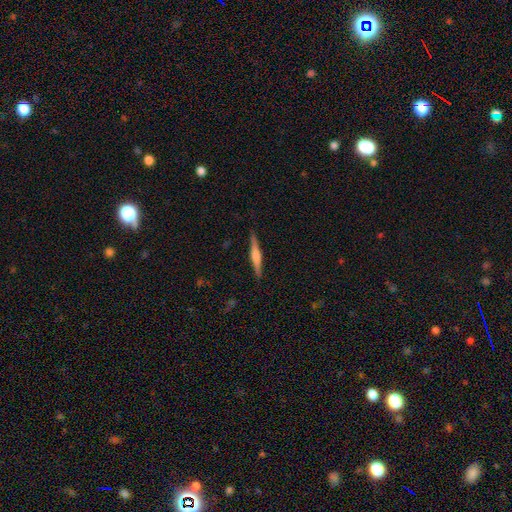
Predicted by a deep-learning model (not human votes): Overall: featured or disk (62%; smooth 32%). Edge-on disk: yes (98%). Edge-on bulge: rounded (68%). Merging: none (90%).